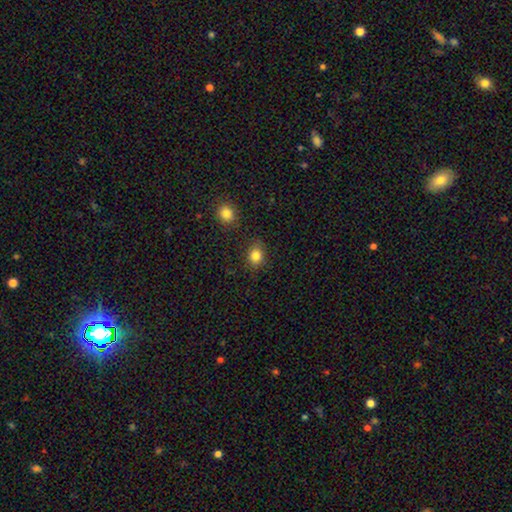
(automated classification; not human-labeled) Morphology: type=smooth (84%); roundness=round (52%); merging=none (81%).